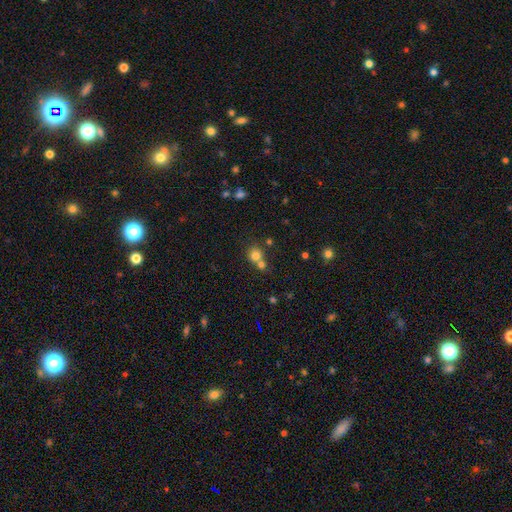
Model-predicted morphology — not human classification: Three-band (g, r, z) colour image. It shows a smooth galaxy with no disk features (77%) that is round (87%). Merging: none (49%).